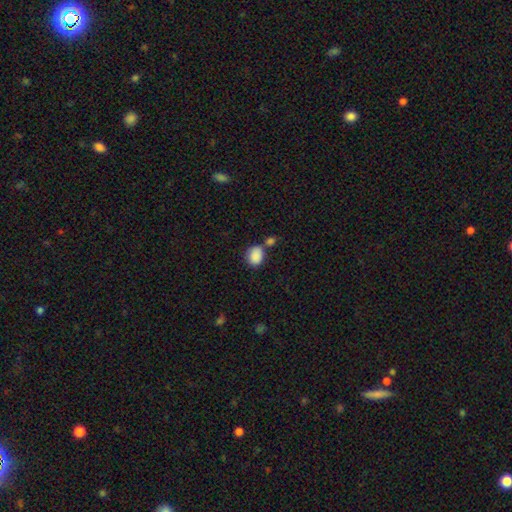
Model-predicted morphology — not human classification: Smooth or featured?
  - smooth: 88% *
  - star or artifact: 8%
  - featured or disk: 4%
How rounded?
  - in between: 57% *
  - round: 42%
  - cigar-shaped: 1%
Merging?
  - none: 54% *
  - merger: 25%
  - minor disturbance: 15%
  - major disturbance: 5%